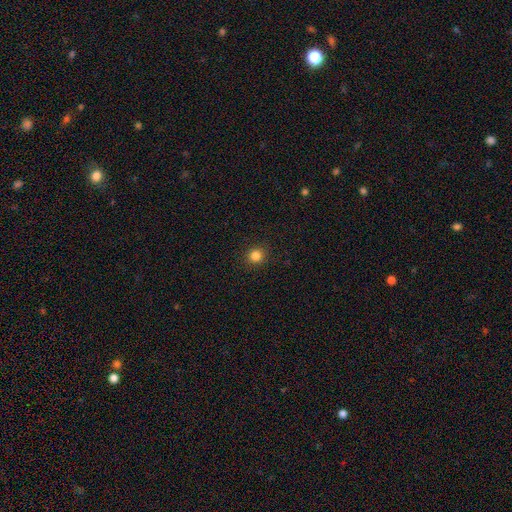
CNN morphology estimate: Smooth or featured?
  - smooth: 84% *
  - star or artifact: 12%
  - featured or disk: 4%
How rounded?
  - round: 91% *
  - in between: 8%
  - cigar-shaped: 1%
Merging?
  - none: 91% *
  - minor disturbance: 6%
  - major disturbance: 2%
  - merger: 1%